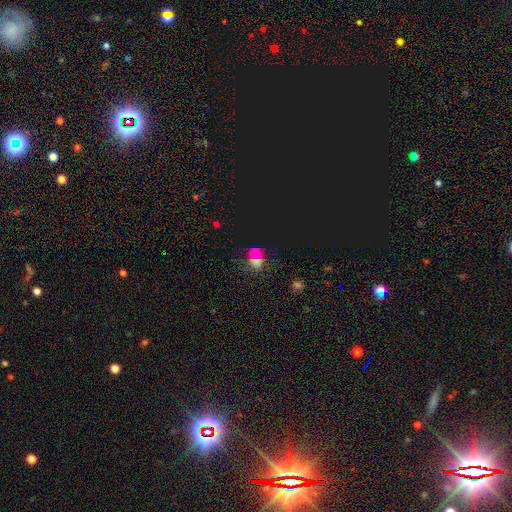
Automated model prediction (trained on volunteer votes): Overall: star or artifact (46%; smooth 43%).